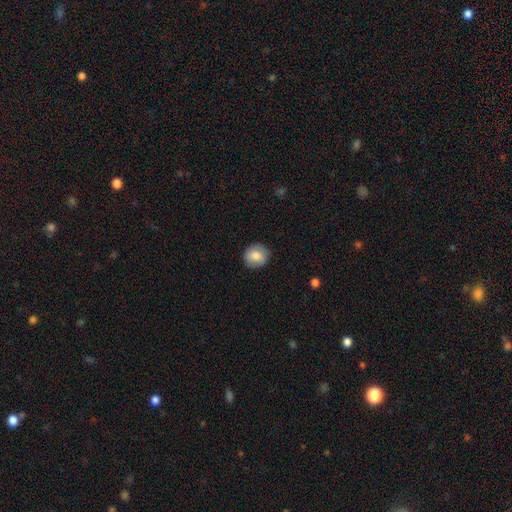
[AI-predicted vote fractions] A smooth galaxy with no disk features (80%) that is round (79%). Merging: none (86%).